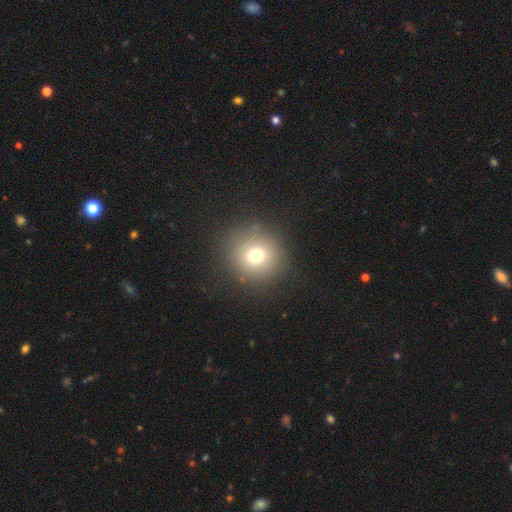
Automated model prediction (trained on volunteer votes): Smooth or featured? smooth (72%)
How rounded? round (93%)
Merging? none (87%)